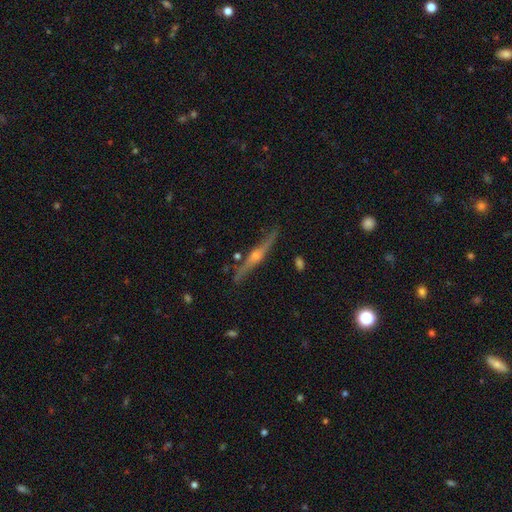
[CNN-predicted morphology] Overall: featured or disk (83%). Edge-on disk: yes (97%). Edge-on bulge: rounded (91%). Merging: none (86%).